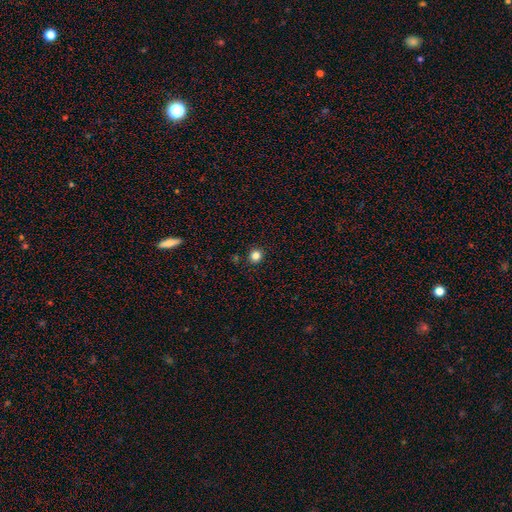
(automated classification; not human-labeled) This appears to be a smooth galaxy with no disk features (83%) that is round (93%). Merging: none (92%).